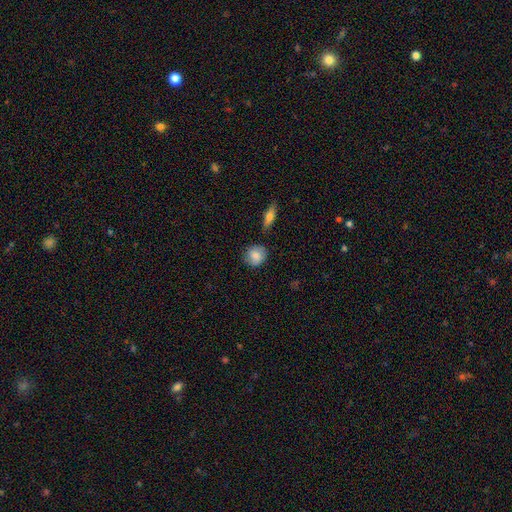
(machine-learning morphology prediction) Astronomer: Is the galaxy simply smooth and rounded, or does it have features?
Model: smooth — 82%.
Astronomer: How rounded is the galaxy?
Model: round — 78%.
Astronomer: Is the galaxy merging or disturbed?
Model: none — 80%.